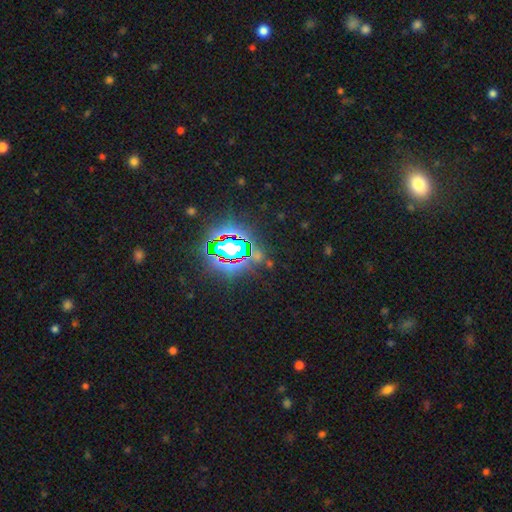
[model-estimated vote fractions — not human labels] Overall: star or artifact (76%).